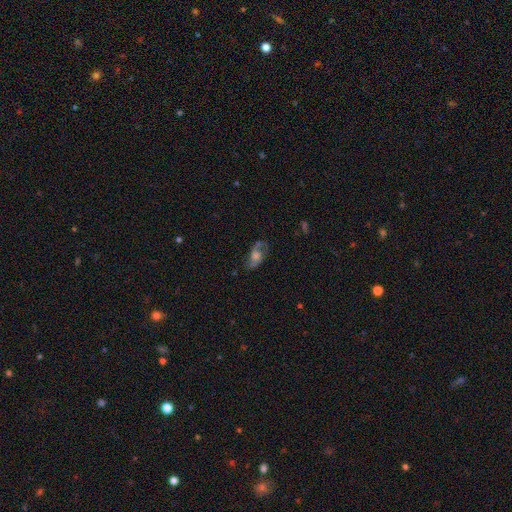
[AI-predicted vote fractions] smooth-or-featured: featured or disk: 64% | smooth: 24% | star or artifact: 12%
  disk-edge-on: no: 89% | yes: 11%
    bar: no: 64% | weak: 29% | strong: 7%
    has-spiral-arms: yes: 81% | no: 19%
    bulge-size: moderate: 42% | large: 30% | small: 17% | none: 8% | dominant: 3%
  merging: none: 71% | minor disturbance: 17% | major disturbance: 10% | merger: 2%